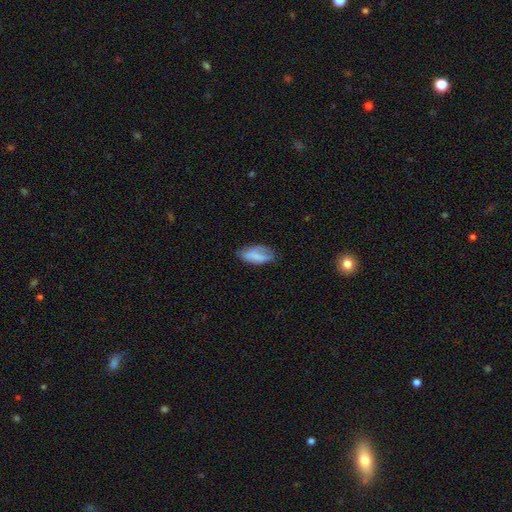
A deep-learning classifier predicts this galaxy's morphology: Overall: smooth (74%). How rounded: in between (89%). Merging: none (54%; minor disturbance 32%).